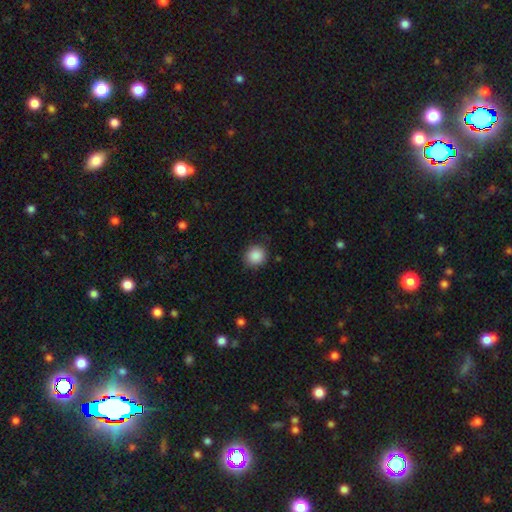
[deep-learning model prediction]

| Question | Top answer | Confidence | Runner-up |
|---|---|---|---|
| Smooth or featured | smooth | 88% | star or artifact (9%) |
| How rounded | round | 87% | in between (12%) |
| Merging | none | 85% | minor disturbance (11%) |